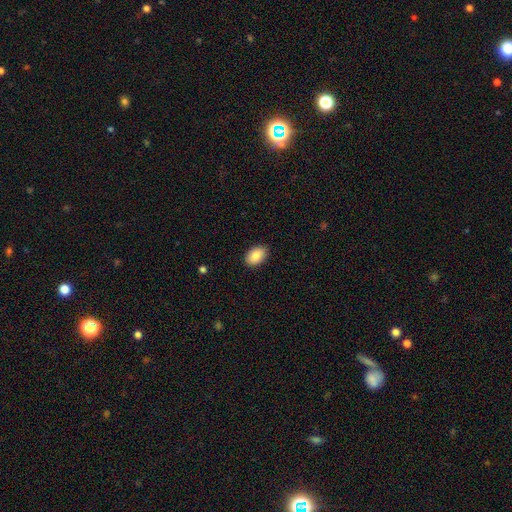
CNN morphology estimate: Smooth or featured: smooth — 87% (star or artifact — 7%)
How rounded: in between — 89% (round — 10%)
Merging: none — 89% (minor disturbance — 9%)